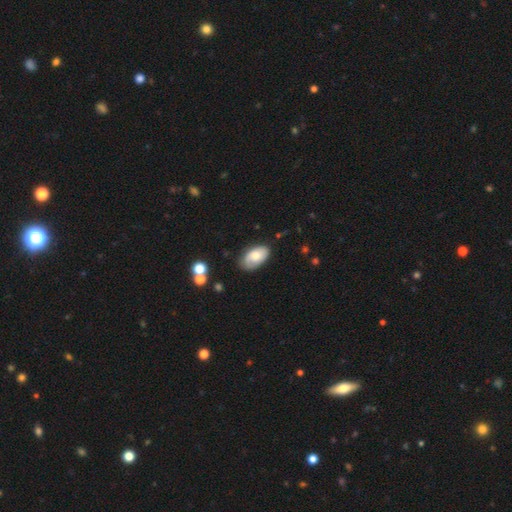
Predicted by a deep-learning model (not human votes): smooth 65%, featured or disk 28%, star or artifact 7%. Down the decision tree: how rounded — in between (93%); merging — none (71%).